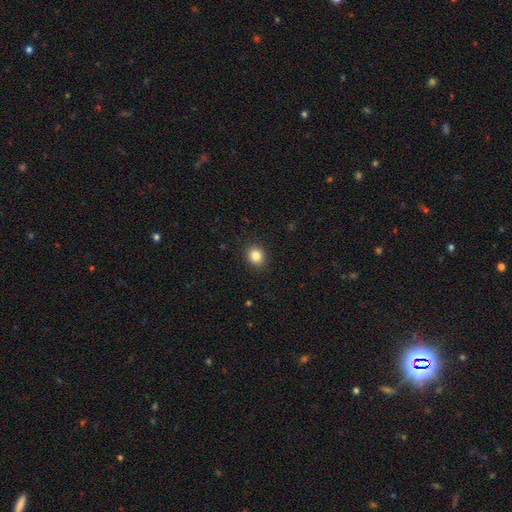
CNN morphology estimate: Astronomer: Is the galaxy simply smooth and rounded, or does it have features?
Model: smooth — 84%.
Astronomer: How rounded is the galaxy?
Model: round — 70%.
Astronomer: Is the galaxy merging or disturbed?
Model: none — 90%.